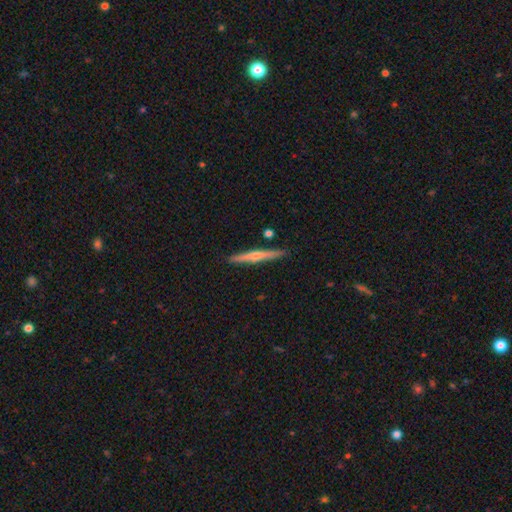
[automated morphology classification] smooth_or_featured: featured or disk (p=0.65) [alt: smooth p=0.29]
disk_edge_on: yes (p=0.98) [alt: no p=0.02]
edge_on_bulge: rounded (p=0.79) [alt: none p=0.17]
merging: none (p=0.91) [alt: minor disturbance p=0.06]